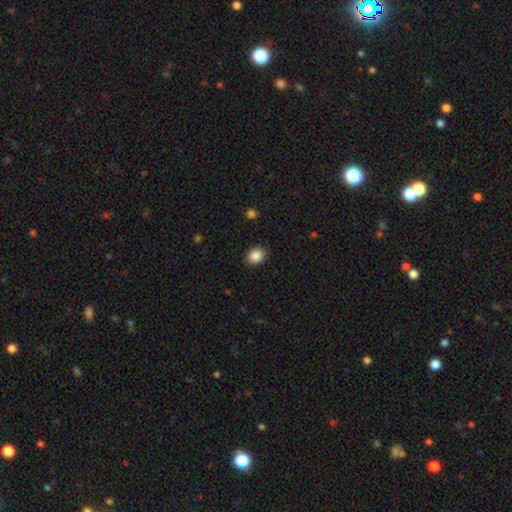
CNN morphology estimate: Smooth or featured?
  - smooth: 88% *
  - star or artifact: 9%
  - featured or disk: 4%
How rounded?
  - in between: 55% *
  - round: 45%
  - cigar-shaped: 1%
Merging?
  - none: 89% *
  - minor disturbance: 8%
  - major disturbance: 2%
  - merger: 1%